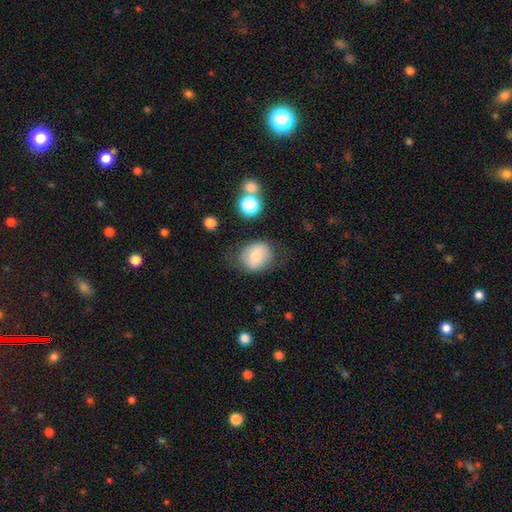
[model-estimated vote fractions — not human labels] A smooth galaxy with no disk features (72%) that is round (70%). Merging: none (67%).